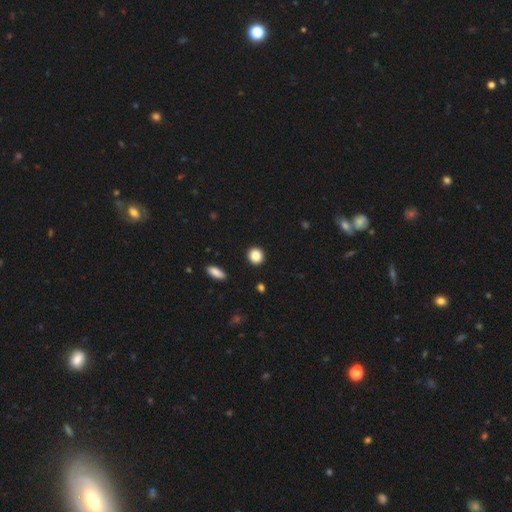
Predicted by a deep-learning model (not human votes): smooth 86%, star or artifact 10%, featured or disk 4%. Down the decision tree: how rounded — round (89%); merging — none (92%).